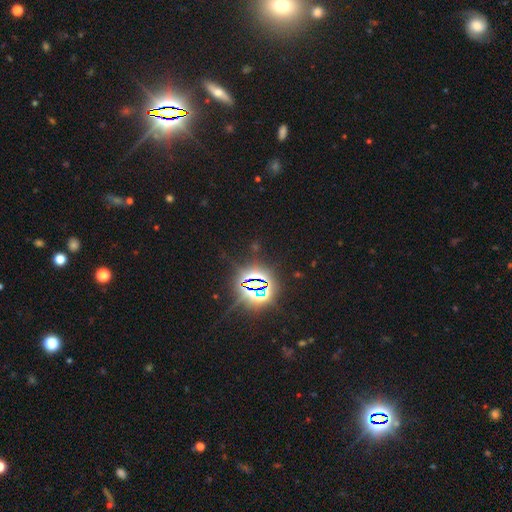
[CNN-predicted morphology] type=star or artifact (82%).